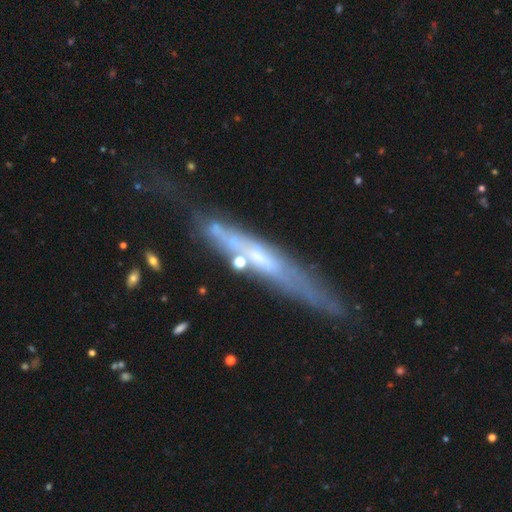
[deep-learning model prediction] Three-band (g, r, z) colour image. It shows a featured or disk galaxy (66%) viewed edge-on (78%) with no central bulge (64%). Merging: none (60%).